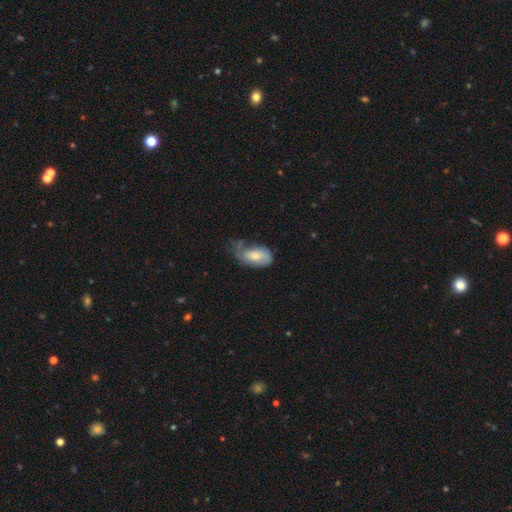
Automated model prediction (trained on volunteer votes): The model was most divided on "merging": minor disturbance: 37%, none: 34%, major disturbance: 25%, merger: 4%. More confident: how rounded — in between (92%); smooth or featured — smooth (62%).